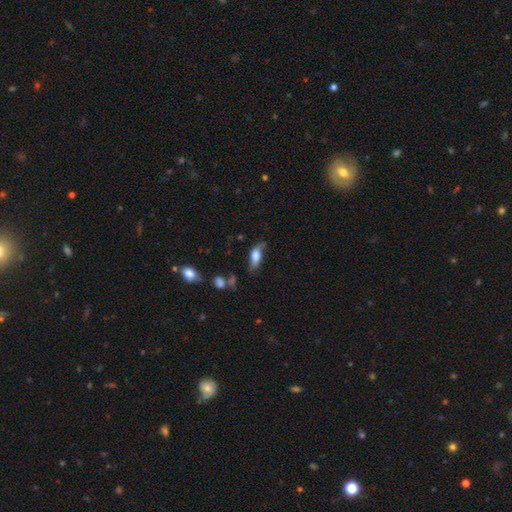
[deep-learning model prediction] smooth_or_featured: smooth (p=0.47) [alt: featured or disk p=0.45]
merging: none (p=0.54) [alt: minor disturbance p=0.28]